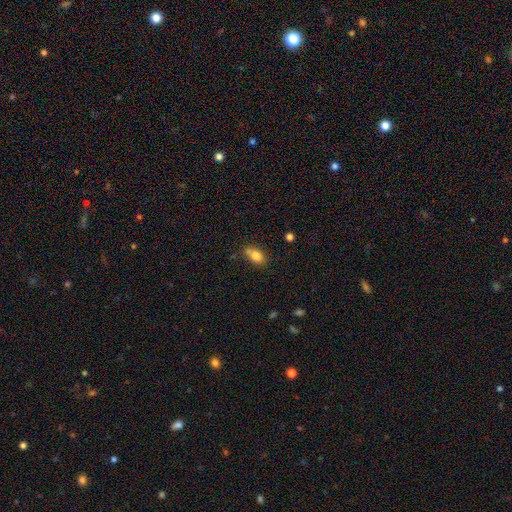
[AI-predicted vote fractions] This is clearly a smooth galaxy (81%). How rounded: likely in between (77%). Merging: possibly none (56%).